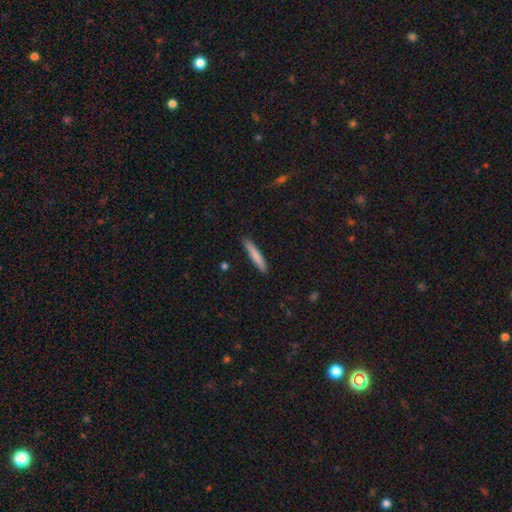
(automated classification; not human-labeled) A smooth galaxy with no disk features (80%) that is cigar-shaped (93%). Merging: none (90%).